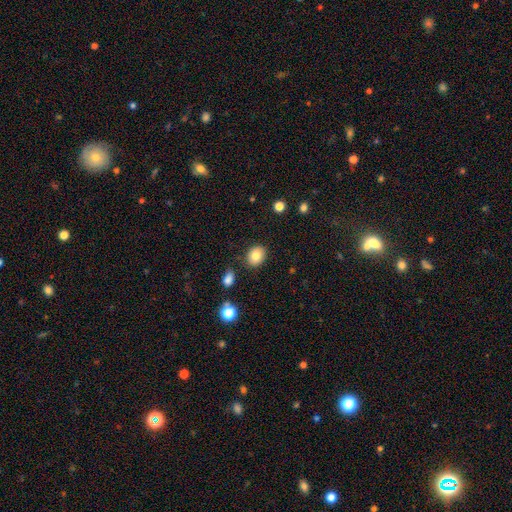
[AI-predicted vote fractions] The model was most divided on "how rounded": round: 50%, in between: 49%, cigar-shaped: 1%. More confident: merging — none (85%); smooth or featured — smooth (82%).